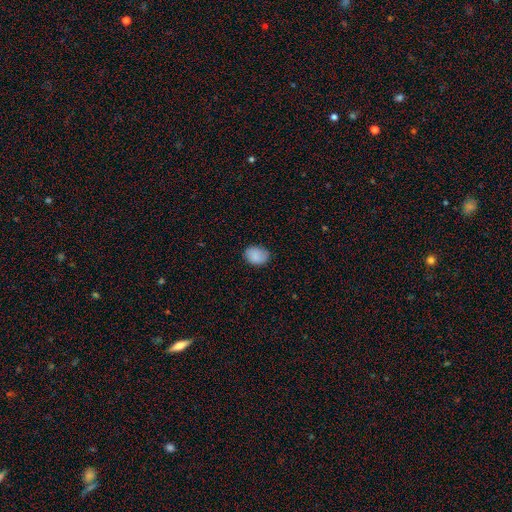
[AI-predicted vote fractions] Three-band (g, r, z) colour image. It shows a smooth galaxy with no disk features (88%) that is in between round and cigar-shaped (62%). Merging: none (77%).